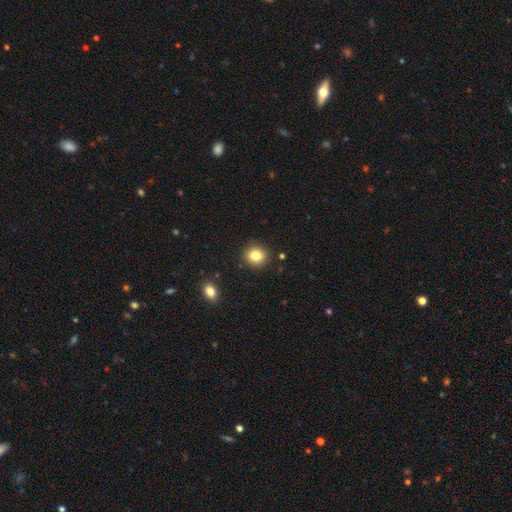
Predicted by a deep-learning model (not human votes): smooth-or-featured: smooth: 83% | star or artifact: 11% | featured or disk: 6%
  how-rounded: round: 85% | in between: 14% | cigar-shaped: 1%
  merging: none: 90% | minor disturbance: 6% | major disturbance: 2% | merger: 2%